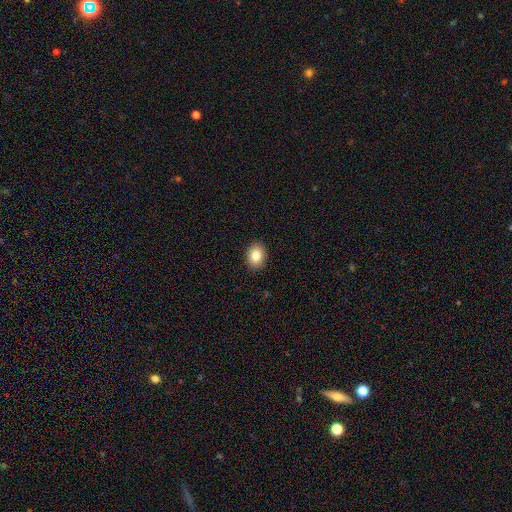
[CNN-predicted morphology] This appears to be a smooth galaxy with no disk features (83%) that is in between round and cigar-shaped (59%). Merging: none (91%).